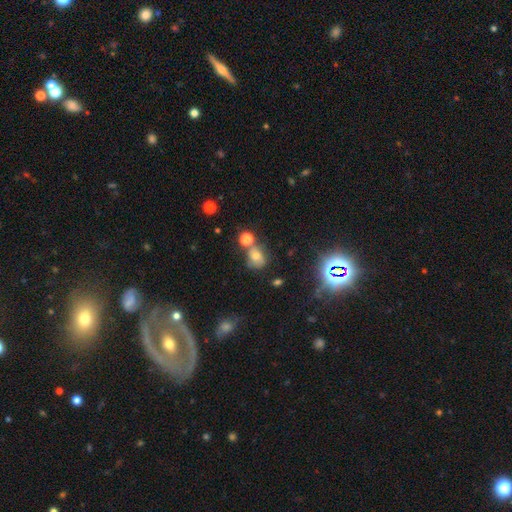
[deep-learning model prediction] This is possibly a smooth galaxy (59%). How rounded: possibly round (57%). Merging: possibly none (51%).